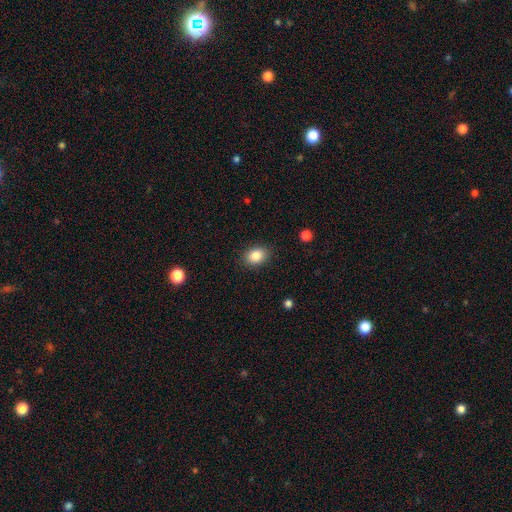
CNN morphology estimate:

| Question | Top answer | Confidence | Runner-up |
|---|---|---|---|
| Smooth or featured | smooth | 86% | star or artifact (9%) |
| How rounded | in between | 70% | round (29%) |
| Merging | none | 87% | minor disturbance (9%) |